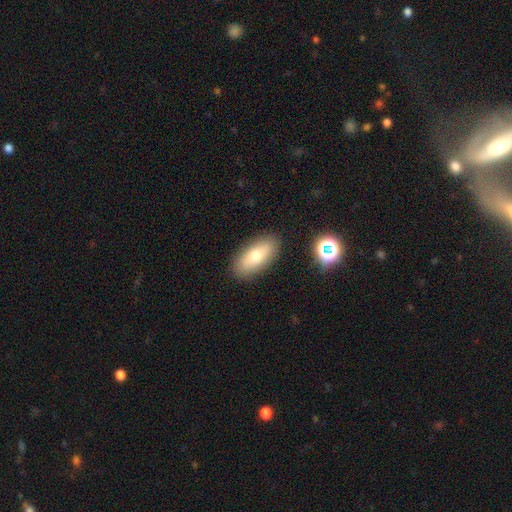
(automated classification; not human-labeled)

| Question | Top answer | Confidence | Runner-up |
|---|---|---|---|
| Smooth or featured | smooth | 70% | featured or disk (22%) |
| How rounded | in between | 84% | cigar-shaped (12%) |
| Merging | none | 87% | minor disturbance (9%) |